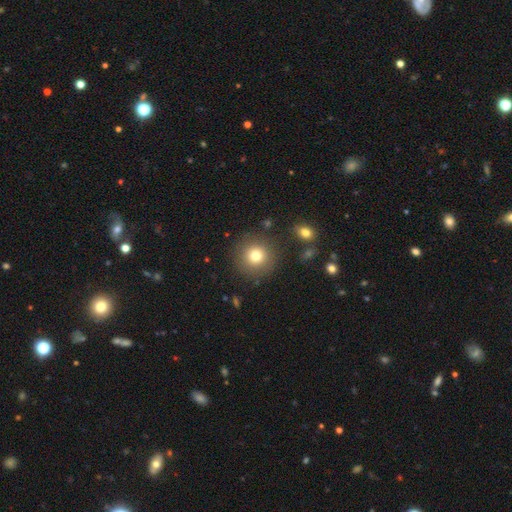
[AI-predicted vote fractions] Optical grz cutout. It shows a smooth galaxy with no disk features (77%) that is round (95%). Merging: none (86%).